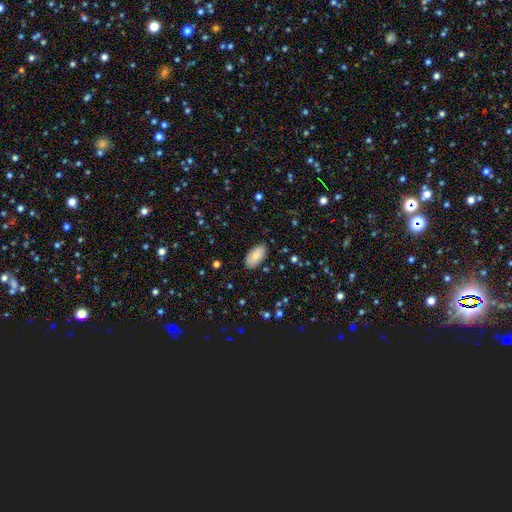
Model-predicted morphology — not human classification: Smooth or featured: smooth — 84% (featured or disk — 9%)
How rounded: in between — 95% (cigar-shaped — 3%)
Merging: none — 85% (minor disturbance — 11%)